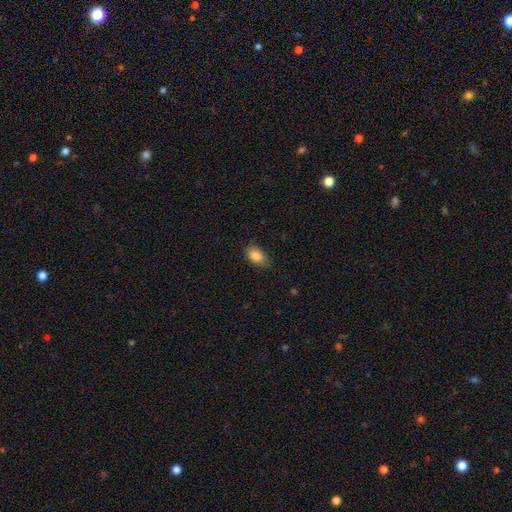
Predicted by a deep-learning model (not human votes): Smooth or featured? smooth (87%)
How rounded? in between (88%)
Merging? none (70%)